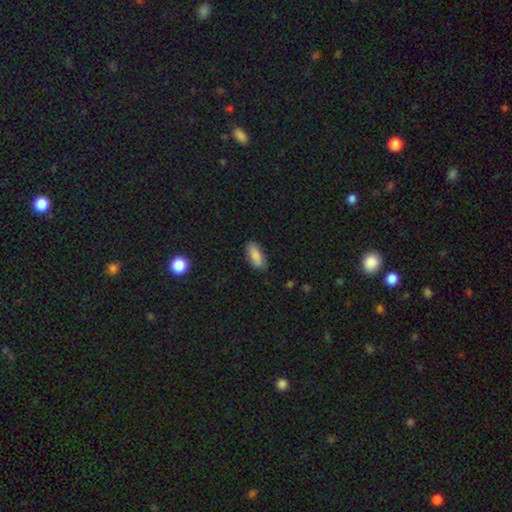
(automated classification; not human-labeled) This is clearly a smooth galaxy (85%). How rounded: likely in between (80%). Merging: clearly none (83%).